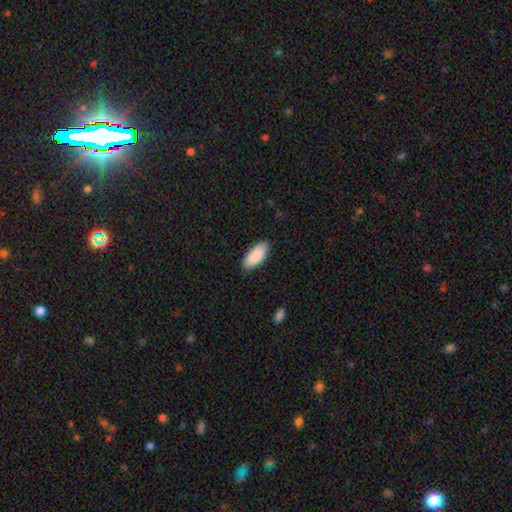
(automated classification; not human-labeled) Smooth or featured: smooth — 90% (star or artifact — 5%)
How rounded: in between — 89% (cigar-shaped — 10%)
Merging: none — 85% (minor disturbance — 12%)